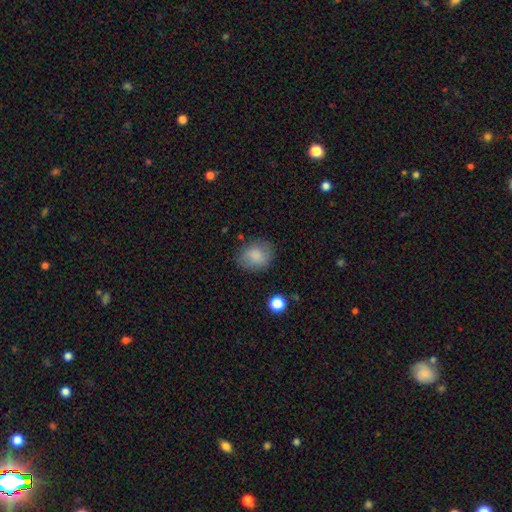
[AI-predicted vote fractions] smooth 83%, featured or disk 9%, star or artifact 8%. Down the decision tree: how rounded — round (57%); merging — none (75%).